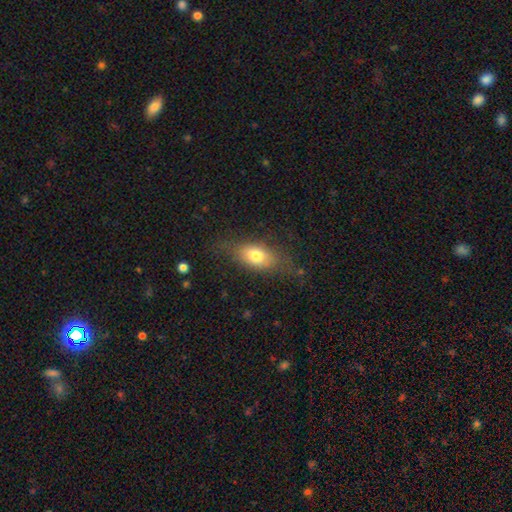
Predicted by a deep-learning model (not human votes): A smooth galaxy with no disk features (71%) that is in between round and cigar-shaped (78%).

Vote fractions:
- Smooth or featured? smooth: 71% / featured or disk: 20% / star or artifact: 9%
- How rounded? in between: 78% / cigar-shaped: 12% / round: 10%
- Merging? none: 70% / minor disturbance: 19% / major disturbance: 9% / merger: 1%